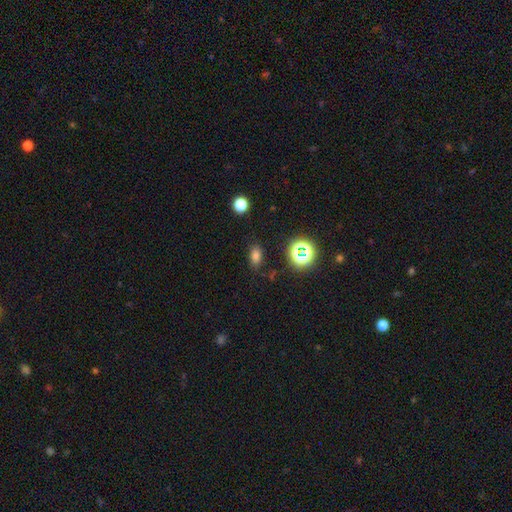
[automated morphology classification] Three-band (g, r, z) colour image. It shows a smooth galaxy with no disk features (72%) that is in between round and cigar-shaped (82%). Merging: none (83%).